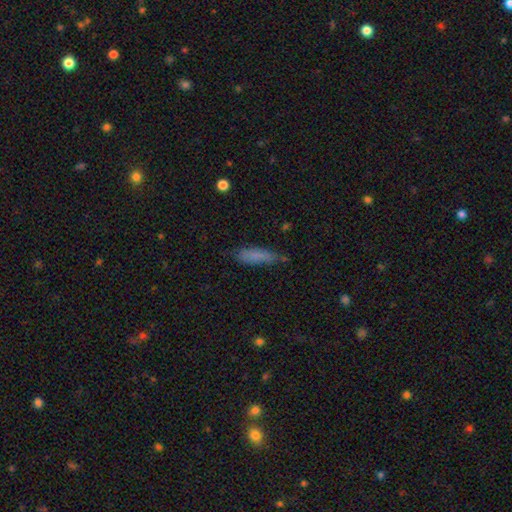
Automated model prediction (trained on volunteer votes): Overall: smooth (79%). How rounded: cigar-shaped (64%; in between 35%). Merging: none (66%).